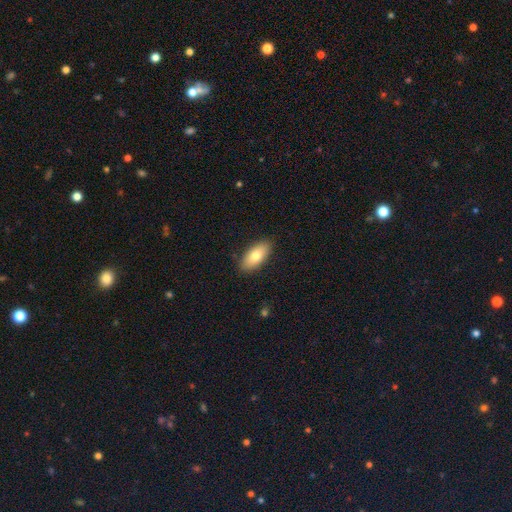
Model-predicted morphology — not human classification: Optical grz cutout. It shows a smooth galaxy with no disk features (75%) that is in between round and cigar-shaped (88%). Merging: none (89%).